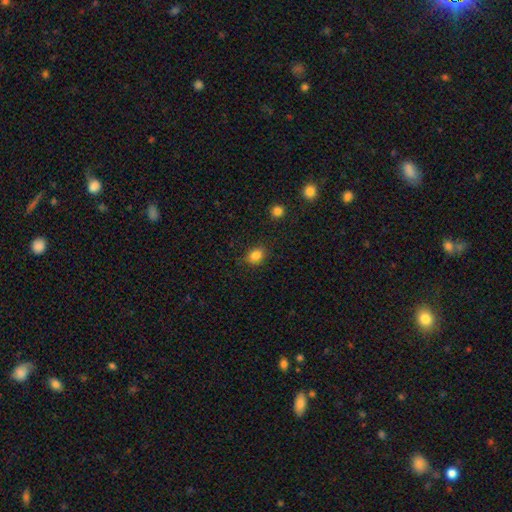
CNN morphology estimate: smooth-or-featured: smooth: 84% | star or artifact: 11% | featured or disk: 5%
  how-rounded: round: 52% | in between: 47% | cigar-shaped: 1%
  merging: none: 85% | minor disturbance: 11% | major disturbance: 3% | merger: 1%